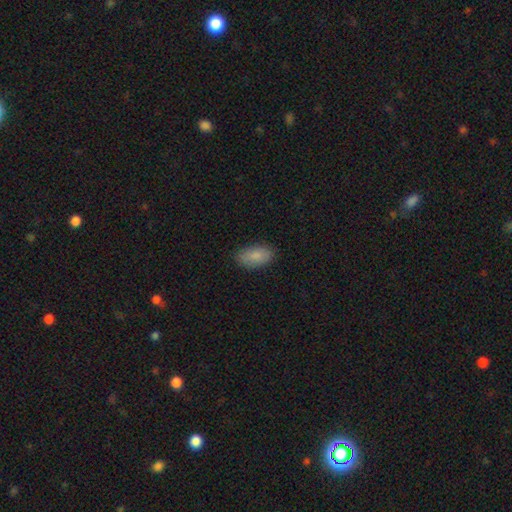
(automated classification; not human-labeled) This is clearly a smooth galaxy (87%). How rounded: clearly in between (93%). Merging: clearly none (87%).